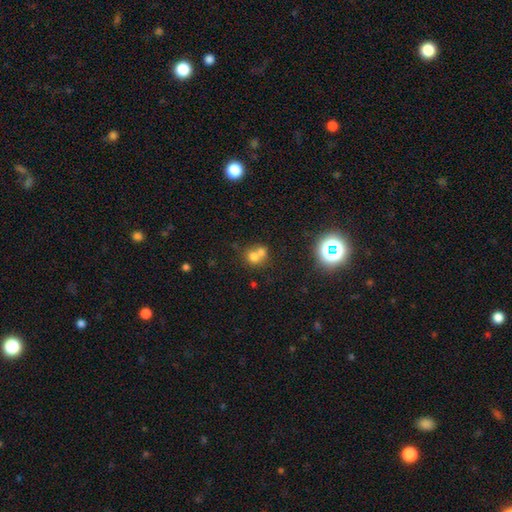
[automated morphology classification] Smooth or featured? smooth (67%)
How rounded? round (76%)
Merging? merger (60%)